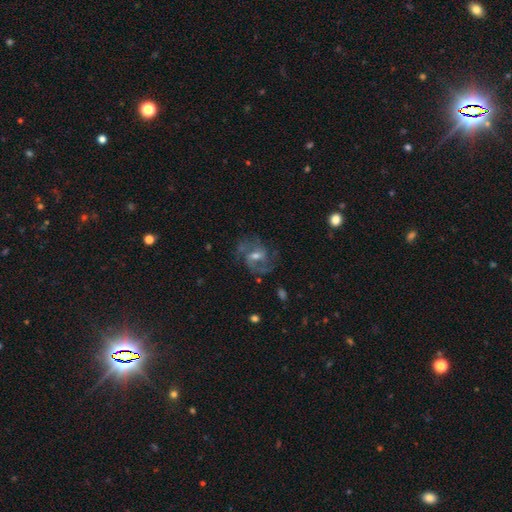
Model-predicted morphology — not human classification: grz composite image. It shows a featured or disk galaxy (80%) with a weak bar (53%), 2 (53%) medium (54%) spiral arms (93%) and a moderate central bulge (56%). Merging: none (68%).